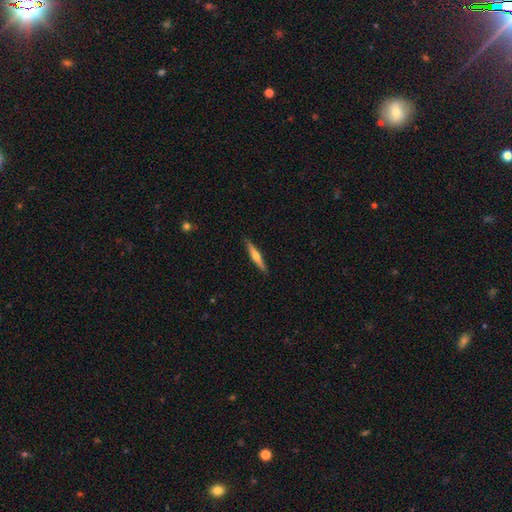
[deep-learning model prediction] featured or disk 49%, smooth 46%, star or artifact 5%. Down the decision tree: merging — none (90%).